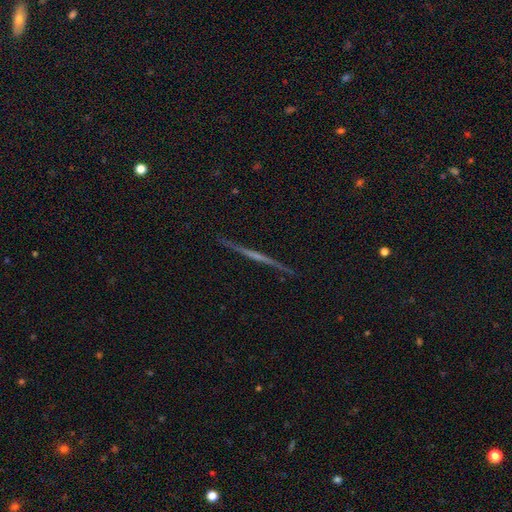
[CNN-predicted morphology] Smooth or featured: featured or disk — 72% (smooth — 18%)
Edge-on disk: yes — 97% (no — 3%)
Edge-on bulge: none — 52% (rounded — 39%)
Merging: none — 90% (minor disturbance — 7%)